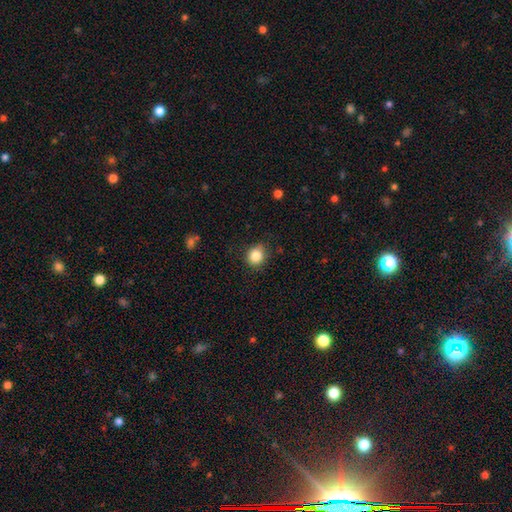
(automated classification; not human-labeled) This appears to be a smooth galaxy with no disk features (85%) that is round (80%). Merging: none (83%).